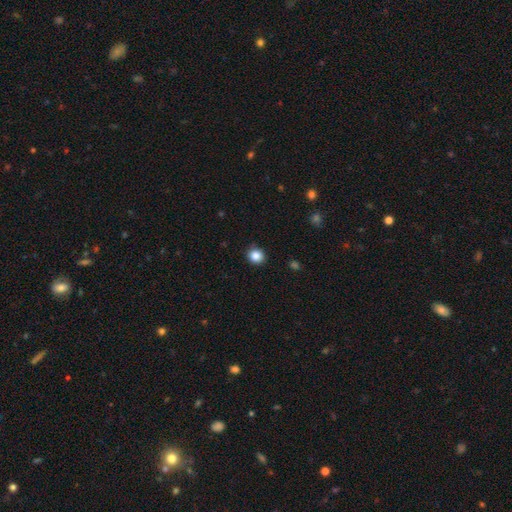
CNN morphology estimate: Smooth or featured? smooth (85%)
How rounded? round (86%)
Merging? none (89%)